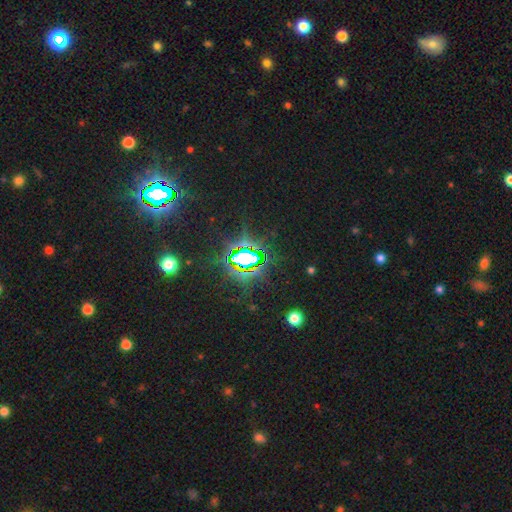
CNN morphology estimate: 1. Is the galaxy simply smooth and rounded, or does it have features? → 83% star or artifact, 10% smooth, 7% featured or disk.